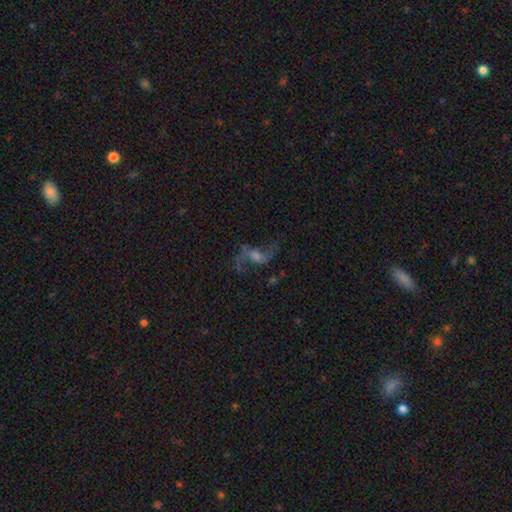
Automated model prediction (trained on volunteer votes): Smooth or featured: featured or disk — 80% (star or artifact — 13%)
Edge-on disk: no — 95% (yes — 5%)
Bar: no — 46% (weak — 39%)
Spiral arms: yes — 95% (no — 5%)
Spiral winding: loose — 74% (medium — 22%)
Spiral arm count: 2 — 91% (can't tell — 2%)
Bulge size: moderate — 49% (small — 34%)
Merging: none — 74% (minor disturbance — 13%)